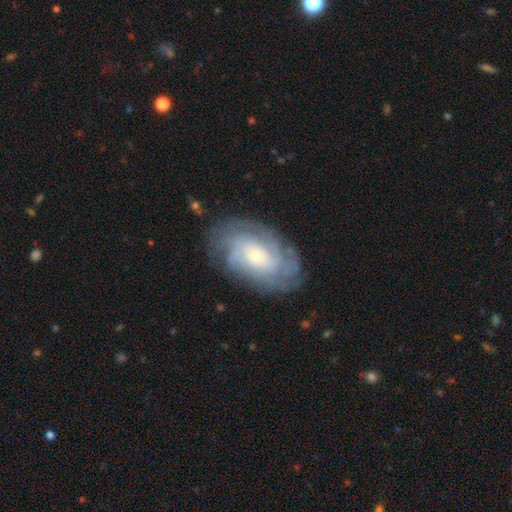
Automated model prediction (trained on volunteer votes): Overall: featured or disk (78%). Edge-on disk: no (96%). Bar: no (71%). Spiral arms: yes (94%). Spiral arm count: can't tell (42%; 4 18%). Spiral winding: tight (69%). Bulge size: small (53%; moderate 35%). Merging: none (78%).